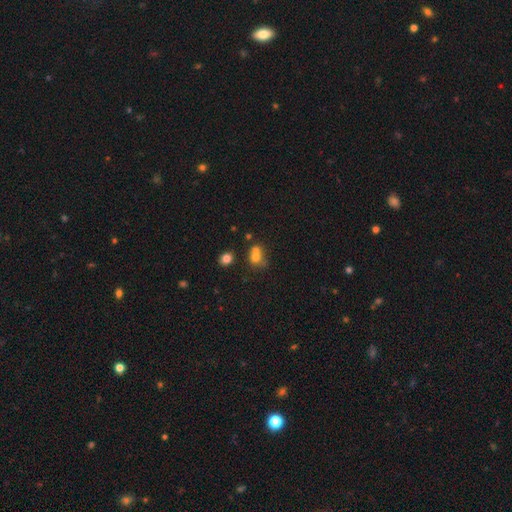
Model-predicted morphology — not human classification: Smooth or featured?
  - smooth: 70% *
  - featured or disk: 16%
  - star or artifact: 14%
How rounded?
  - round: 63% *
  - in between: 36%
  - cigar-shaped: 1%
Merging?
  - merger: 53% *
  - none: 31%
  - minor disturbance: 10%
  - major disturbance: 6%